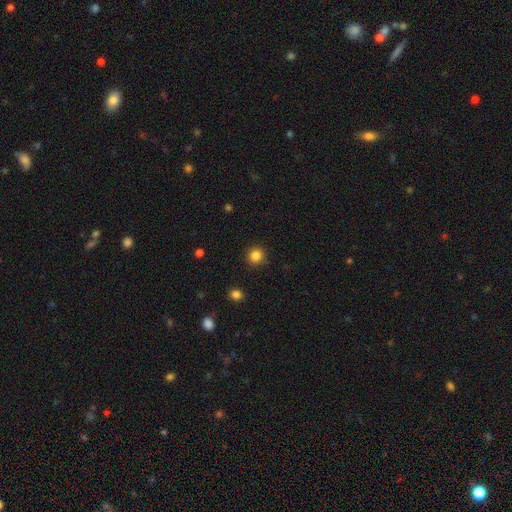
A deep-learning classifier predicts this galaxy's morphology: Q: Smooth or featured?
A: smooth (84%); runner-up: star or artifact (12%)
Q: How rounded?
A: round (94%); runner-up: in between (5%)
Q: Merging?
A: none (91%); runner-up: minor disturbance (6%)